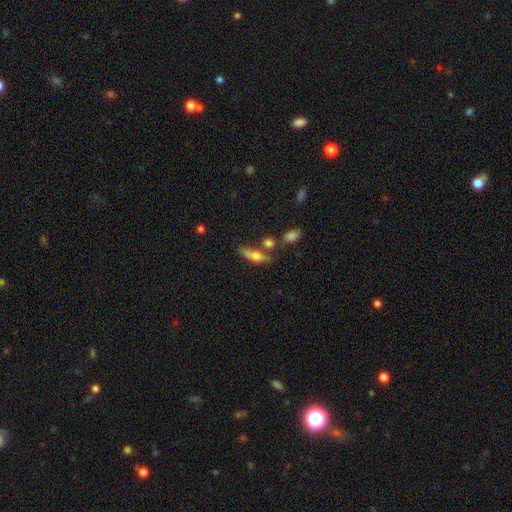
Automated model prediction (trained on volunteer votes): smooth_or_featured: smooth (p=0.47) [alt: featured or disk p=0.45]
merging: none (p=0.63) [alt: merger p=0.16]